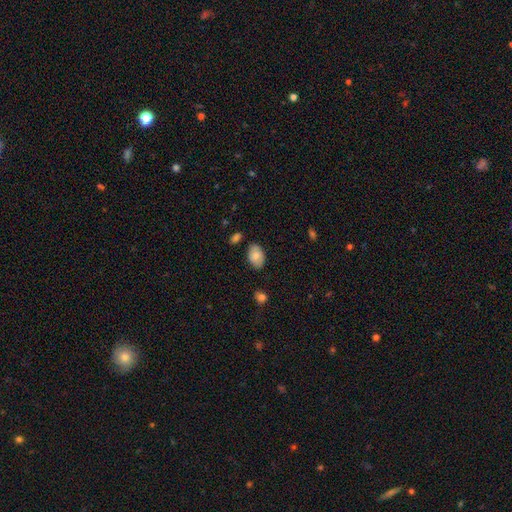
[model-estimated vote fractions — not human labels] Overall: smooth (80%). How rounded: in between (90%). Merging: none (78%).